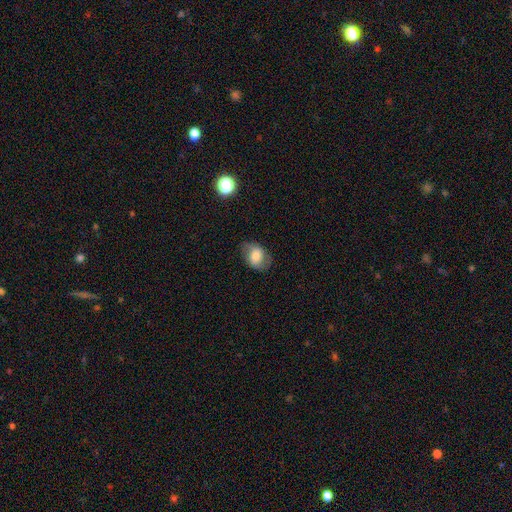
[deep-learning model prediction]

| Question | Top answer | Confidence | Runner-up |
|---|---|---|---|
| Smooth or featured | smooth | 60% | featured or disk (31%) |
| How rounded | in between | 69% | round (29%) |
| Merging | none | 70% | minor disturbance (20%) |